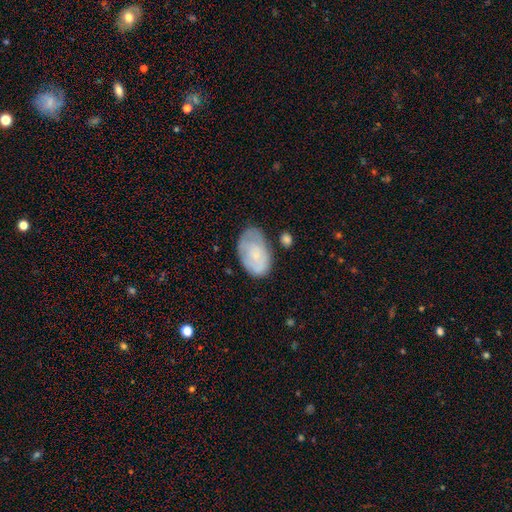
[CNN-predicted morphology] smooth_or_featured: smooth (p=0.58) [alt: featured or disk p=0.35]
how_rounded: in between (p=0.91) [alt: round p=0.08]
merging: none (p=0.57) [alt: minor disturbance p=0.30]